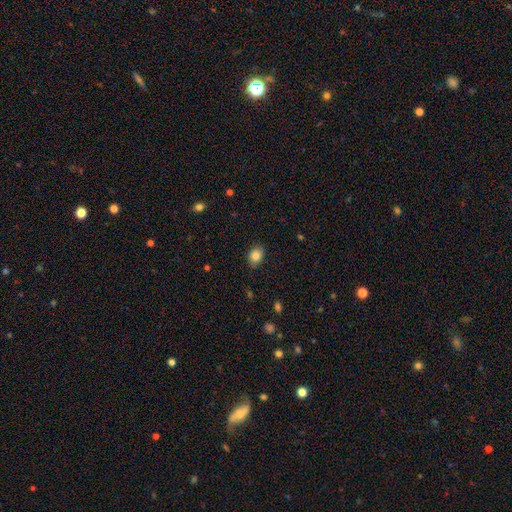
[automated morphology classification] The model was most divided on "how rounded": in between: 70%, round: 29%, cigar-shaped: 1%. More confident: smooth or featured — smooth (84%); merging — none (83%).